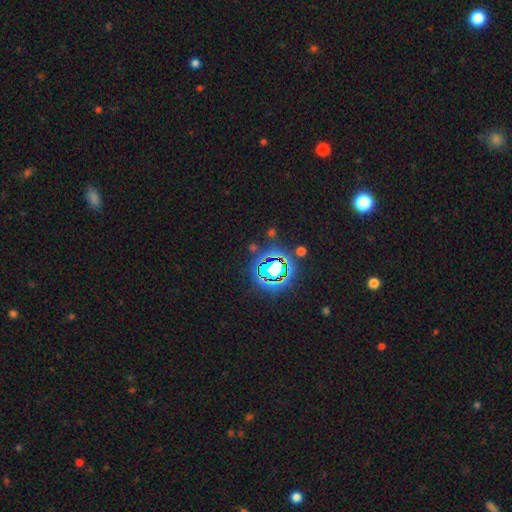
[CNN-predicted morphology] A star or artifact, not a galaxy (80%).